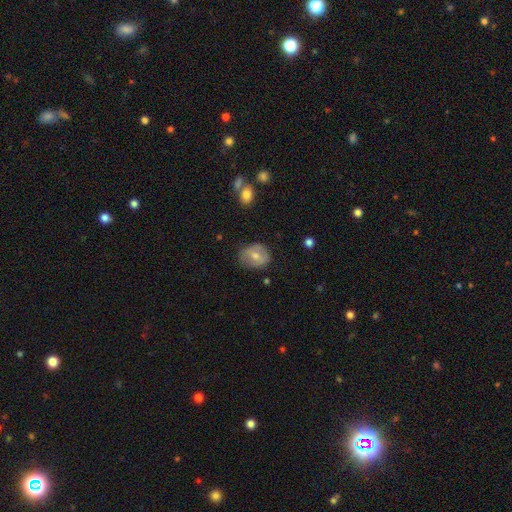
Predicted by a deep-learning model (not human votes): Overall: smooth (58%; featured or disk 34%). How rounded: round (53%; in between 46%). Merging: none (73%).